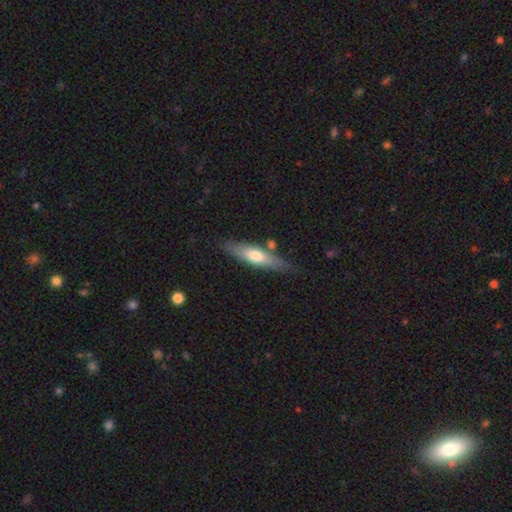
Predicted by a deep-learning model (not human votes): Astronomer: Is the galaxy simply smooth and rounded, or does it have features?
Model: smooth — 53% (runner-up: featured or disk, 41%).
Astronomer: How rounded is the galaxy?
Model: cigar-shaped — 69%.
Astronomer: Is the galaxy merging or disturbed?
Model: none — 74%.